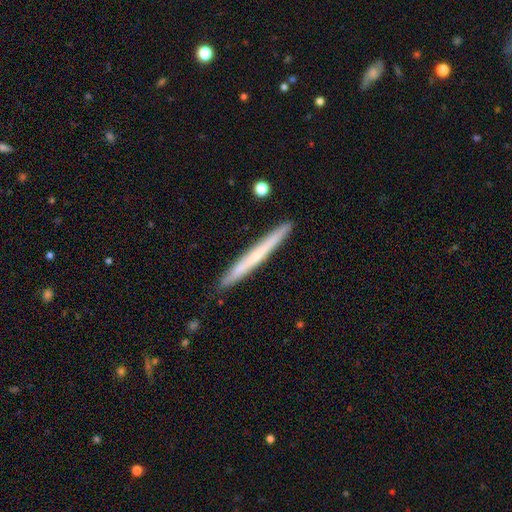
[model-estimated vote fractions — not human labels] Smooth or featured? Predicted: smooth (p=0.48). Merging? Predicted: none (p=0.90).